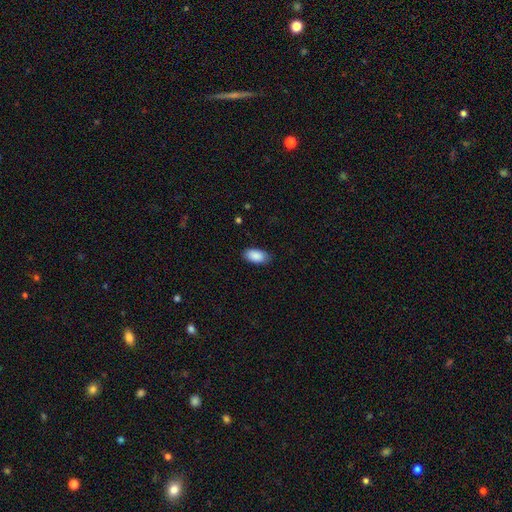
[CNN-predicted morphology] type=smooth (90%); roundness=in between (95%); merging=none (87%).